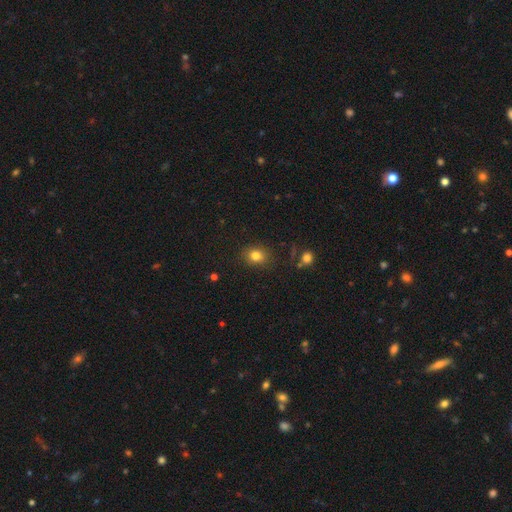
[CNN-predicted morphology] A smooth galaxy with no disk features (81%) that is round (57%).

Vote fractions:
- Smooth or featured? smooth: 81% / star or artifact: 13% / featured or disk: 7%
- How rounded? round: 57% / in between: 42% / cigar-shaped: 1%
- Merging? none: 84% / minor disturbance: 11% / major disturbance: 3% / merger: 2%